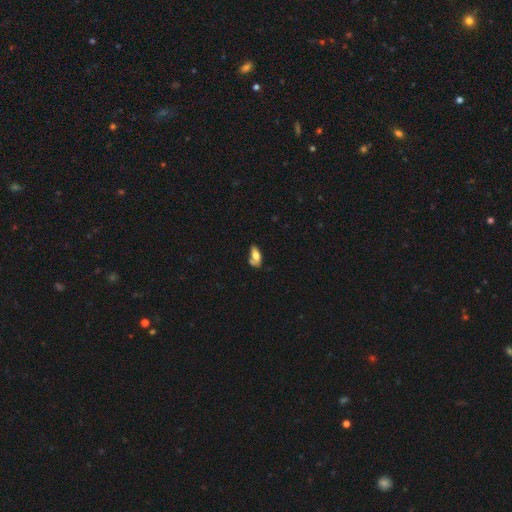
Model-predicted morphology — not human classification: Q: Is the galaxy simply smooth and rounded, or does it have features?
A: smooth — 68%.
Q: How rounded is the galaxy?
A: in between — 86%.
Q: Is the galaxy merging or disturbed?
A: none — 43%.